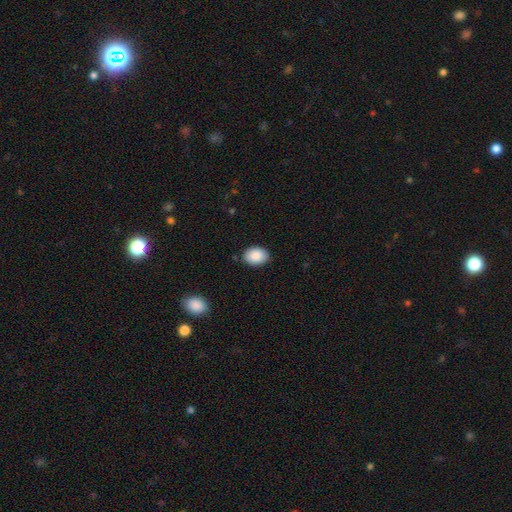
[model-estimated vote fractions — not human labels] smooth 88%, star or artifact 7%, featured or disk 5%. Down the decision tree: how rounded — in between (71%); merging — none (85%).